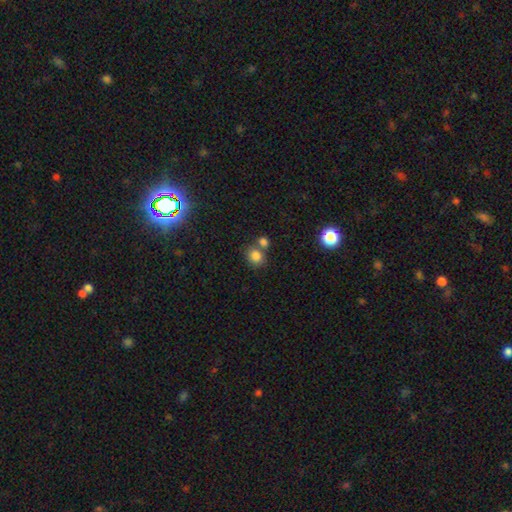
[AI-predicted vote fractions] A smooth galaxy with no disk features (82%) that is round (72%).

Vote fractions:
- Smooth or featured? smooth: 82% / star or artifact: 12% / featured or disk: 6%
- How rounded? round: 72% / in between: 27% / cigar-shaped: 1%
- Merging? none: 55% / merger: 32% / minor disturbance: 9% / major disturbance: 4%